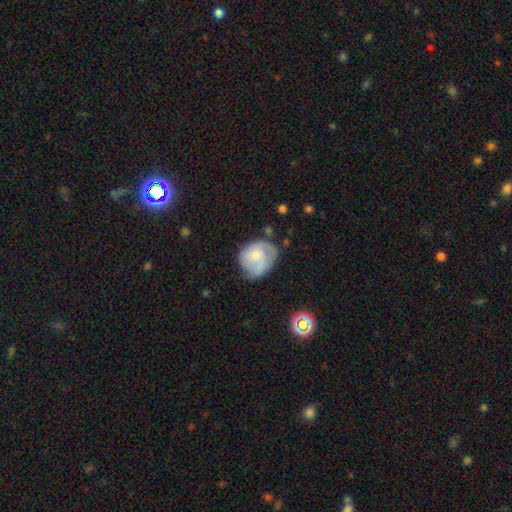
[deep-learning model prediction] featured or disk 54%, smooth 40%, star or artifact 7%. Down the decision tree: edge-on disk — no (98%); bar — no (73%); spiral arms — yes (79%); bulge size — small (50%); merging — none (53%).